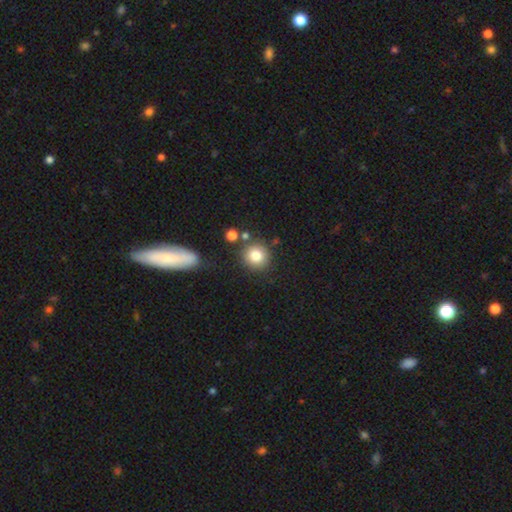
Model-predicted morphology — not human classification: A smooth galaxy with no disk features (81%) that is round (90%).

Vote fractions:
- Smooth or featured? smooth: 81% / star or artifact: 11% / featured or disk: 8%
- How rounded? round: 90% / in between: 9% / cigar-shaped: 1%
- Merging? none: 80% / minor disturbance: 9% / merger: 7% / major disturbance: 3%